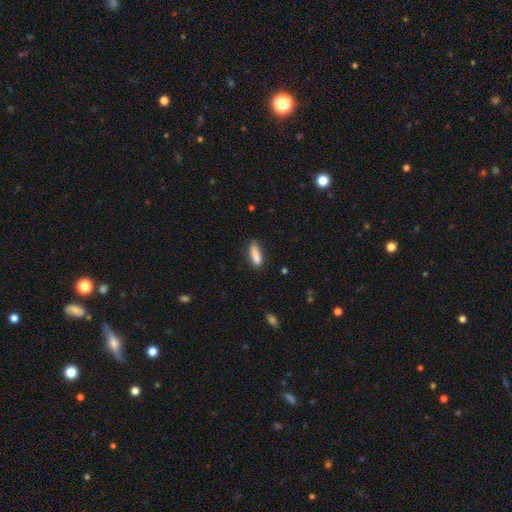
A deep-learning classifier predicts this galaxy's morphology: Smooth or featured: smooth — 86% (star or artifact — 7%)
How rounded: in between — 53% (cigar-shaped — 45%)
Merging: none — 71% (minor disturbance — 22%)